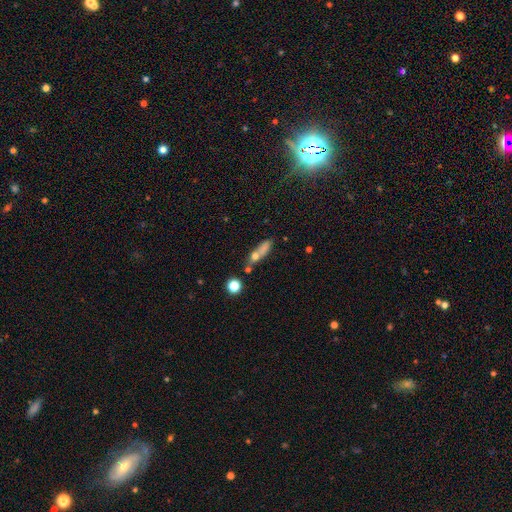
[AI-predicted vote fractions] smooth 61%, featured or disk 25%, star or artifact 14%. Down the decision tree: how rounded — cigar-shaped (48%); merging — none (40%).